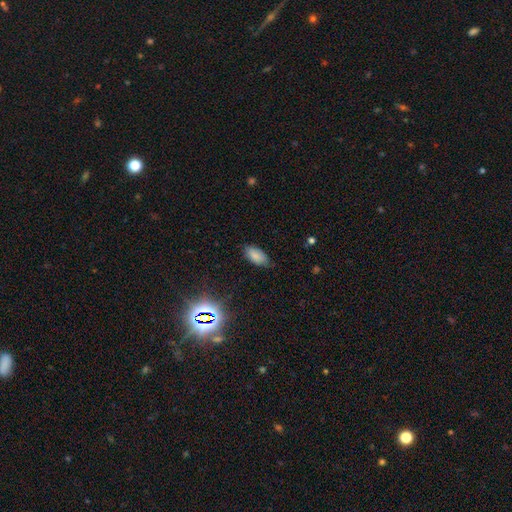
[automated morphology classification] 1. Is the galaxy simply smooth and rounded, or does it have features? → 81% smooth, 11% star or artifact, 7% featured or disk.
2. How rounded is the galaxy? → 93% in between, 4% cigar-shaped, 3% round.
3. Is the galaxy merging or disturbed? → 79% none, 17% minor disturbance, 3% major disturbance, 1% merger.